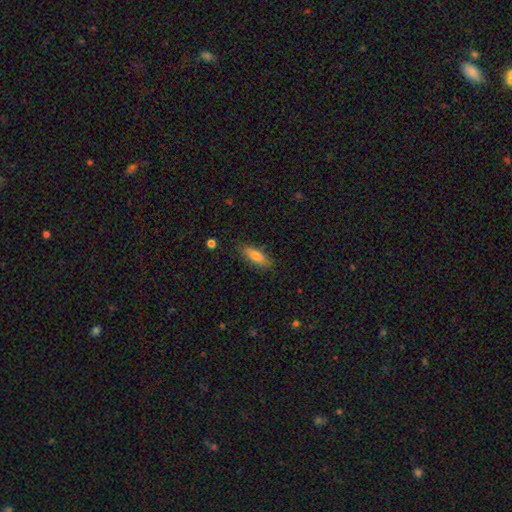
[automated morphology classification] Q: Smooth or featured?
A: smooth (76%); runner-up: featured or disk (17%)
Q: How rounded?
A: in between (59%); runner-up: cigar-shaped (39%)
Q: Merging?
A: none (85%); runner-up: minor disturbance (11%)